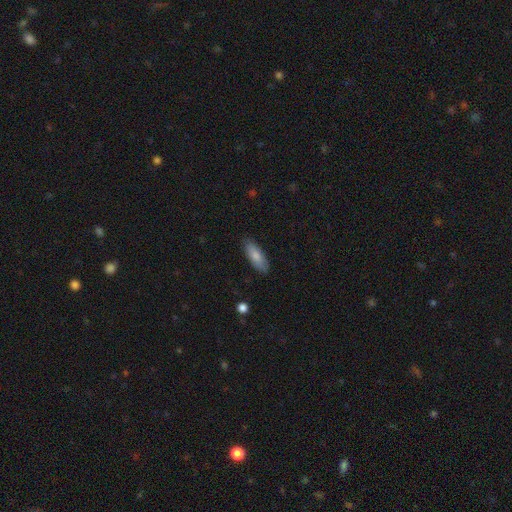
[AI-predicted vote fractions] Overall: smooth (82%). How rounded: in between (68%; cigar-shaped 30%). Merging: none (86%).